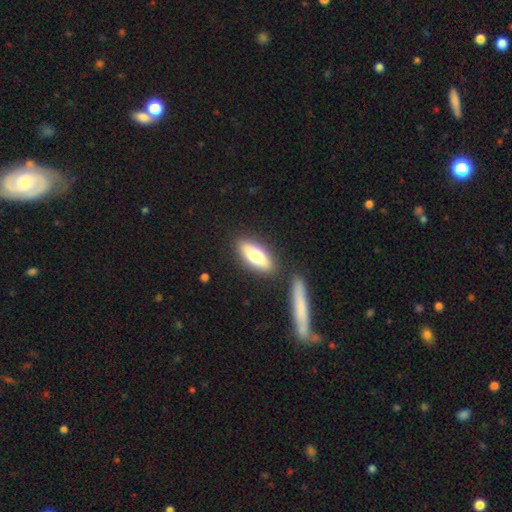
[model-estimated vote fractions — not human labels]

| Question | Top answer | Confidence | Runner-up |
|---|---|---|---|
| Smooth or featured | smooth | 68% | featured or disk (26%) |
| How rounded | in between | 73% | cigar-shaped (24%) |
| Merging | none | 80% | minor disturbance (9%) |